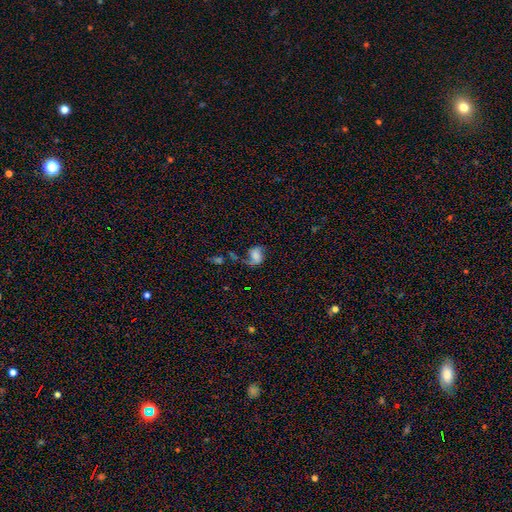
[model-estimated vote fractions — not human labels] Q: Smooth or featured?
A: smooth (45%); runner-up: featured or disk (41%)
Q: Merging?
A: none (35%); runner-up: major disturbance (31%)